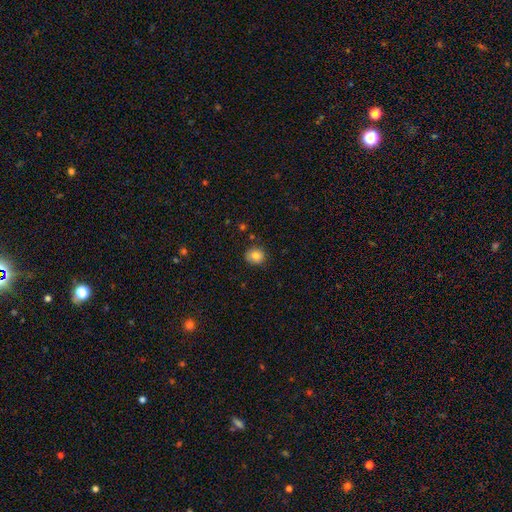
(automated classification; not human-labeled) Smooth or featured? smooth (82%)
How rounded? round (82%)
Merging? none (84%)